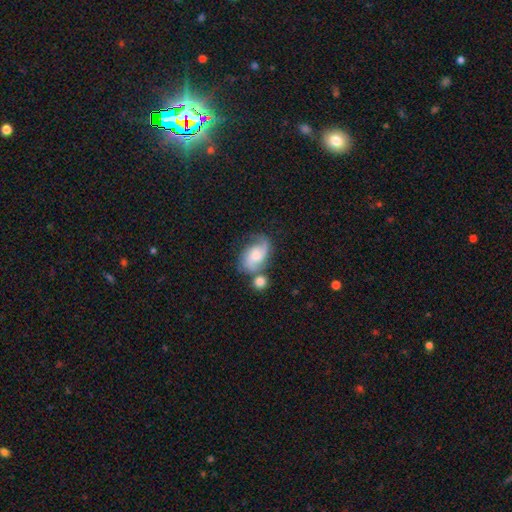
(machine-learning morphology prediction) featured or disk 73%, smooth 20%, star or artifact 7%. Down the decision tree: edge-on disk — no (97%); bar — no (56%); spiral arms — yes (94%); spiral arm count — 2 (78%); spiral winding — medium (47%); bulge size — moderate (43%); merging — none (45%).